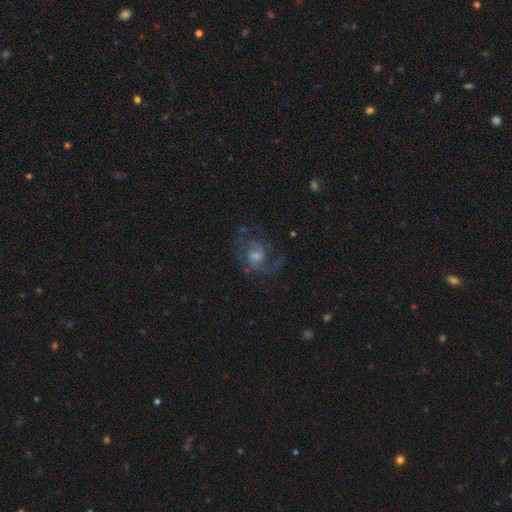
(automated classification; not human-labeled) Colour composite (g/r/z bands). It shows a featured or disk galaxy (74%) with no bar (49%), 2 (48%) medium (51%) spiral arms (89%) and a moderate central bulge (46%). Merging: none (61%).